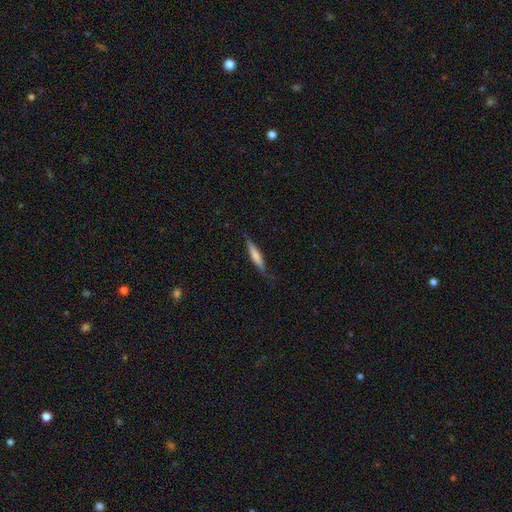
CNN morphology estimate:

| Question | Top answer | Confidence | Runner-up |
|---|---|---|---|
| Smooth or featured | smooth | 62% | featured or disk (32%) |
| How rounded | cigar-shaped | 89% | in between (10%) |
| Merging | none | 79% | minor disturbance (16%) |